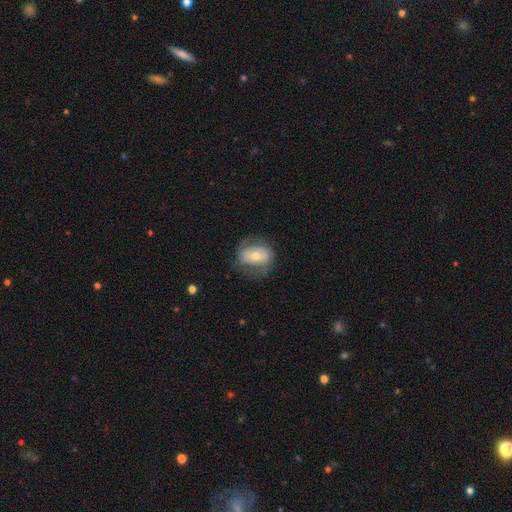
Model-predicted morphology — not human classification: This is possibly a featured or disk galaxy (49%). Merging: likely none (67%).